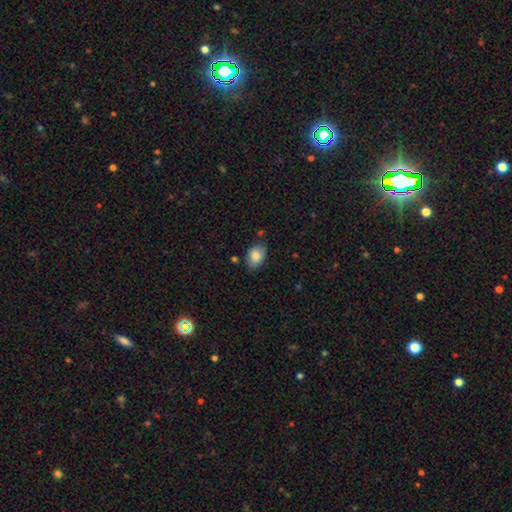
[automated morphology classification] Smooth or featured: smooth — 83% (featured or disk — 9%)
How rounded: in between — 80% (round — 19%)
Merging: none — 74% (minor disturbance — 20%)